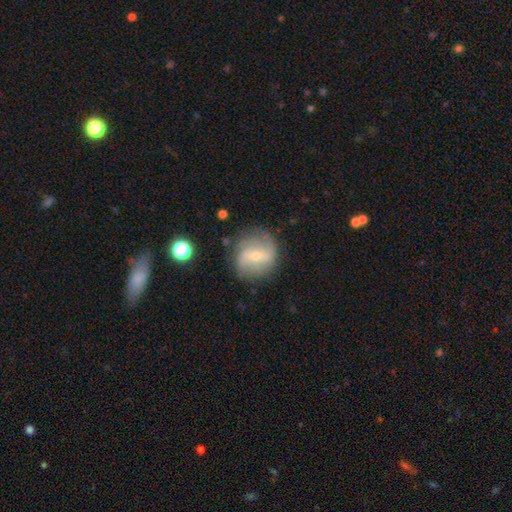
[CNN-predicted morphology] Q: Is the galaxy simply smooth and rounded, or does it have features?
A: featured or disk — 69%.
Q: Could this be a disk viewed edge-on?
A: no — 96%.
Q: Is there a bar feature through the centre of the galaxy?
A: weak — 48%.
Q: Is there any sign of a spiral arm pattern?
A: yes — 86%.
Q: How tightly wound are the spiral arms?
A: loose — 49%.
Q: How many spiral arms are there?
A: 2 — 67%.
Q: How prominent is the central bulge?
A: small — 62%.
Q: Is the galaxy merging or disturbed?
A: none — 73%.